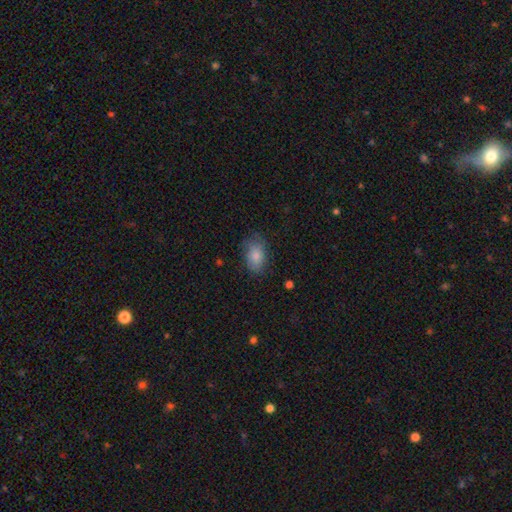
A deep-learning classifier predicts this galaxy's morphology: smooth_or_featured: smooth (p=0.84) [alt: featured or disk p=0.09]
how_rounded: in between (p=0.87) [alt: round p=0.12]
merging: none (p=0.73) [alt: minor disturbance p=0.20]